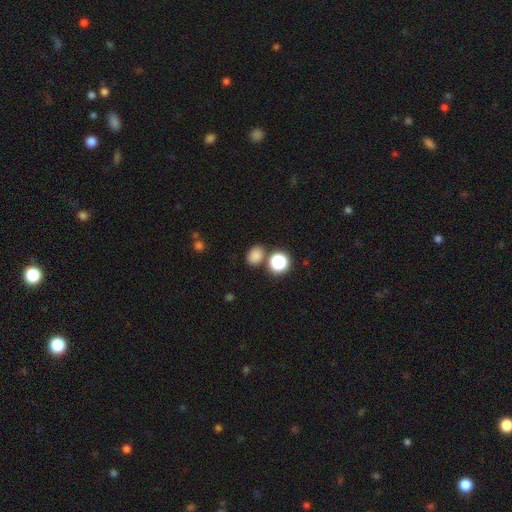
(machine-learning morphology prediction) Smooth or featured? Predicted: smooth (p=0.80). How rounded? Predicted: in between (p=0.57). Merging? Predicted: none (p=0.77).